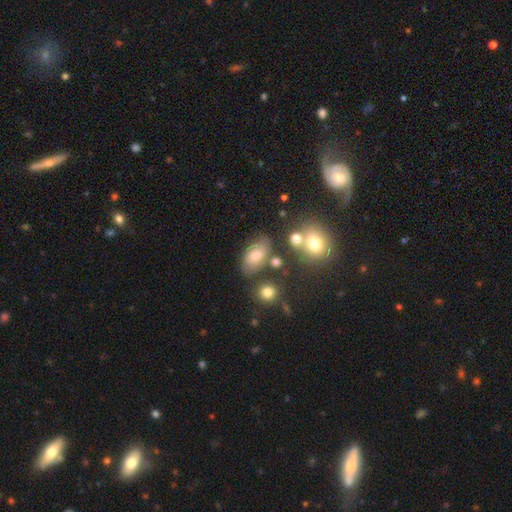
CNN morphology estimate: smooth-or-featured: smooth: 59% | featured or disk: 23% | star or artifact: 18%
  how-rounded: in between: 85% | round: 12% | cigar-shaped: 3%
  merging: none: 69% | minor disturbance: 15% | merger: 10% | major disturbance: 6%